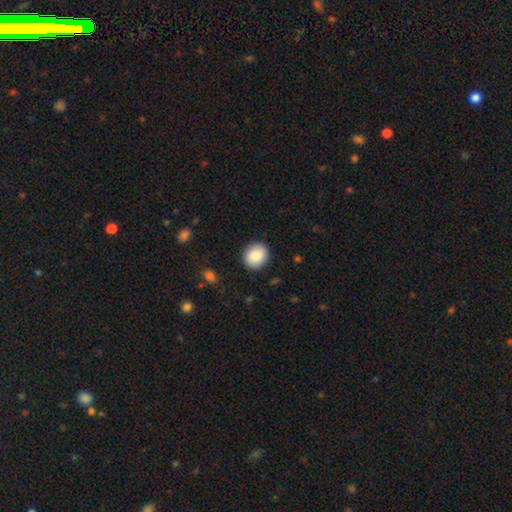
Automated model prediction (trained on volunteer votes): The model was most divided on "how rounded": round: 73%, in between: 26%, cigar-shaped: 1%. More confident: merging — none (90%); smooth or featured — smooth (88%).